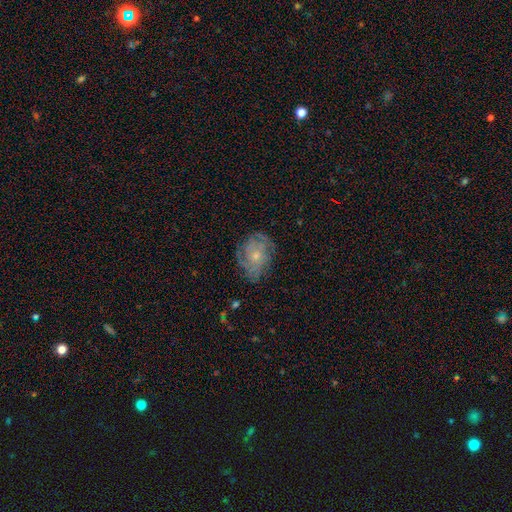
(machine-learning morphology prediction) This appears to be a featured or disk galaxy (64%) with no bar (83%), tight (57%) spiral arms (81%) and a small central bulge (59%). Merging: none (70%).